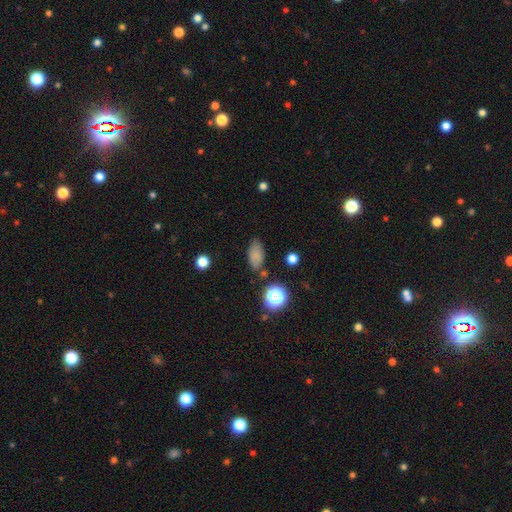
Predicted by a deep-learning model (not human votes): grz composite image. It shows a smooth galaxy with no disk features (79%) that is in between round and cigar-shaped (88%). Merging: none (77%).